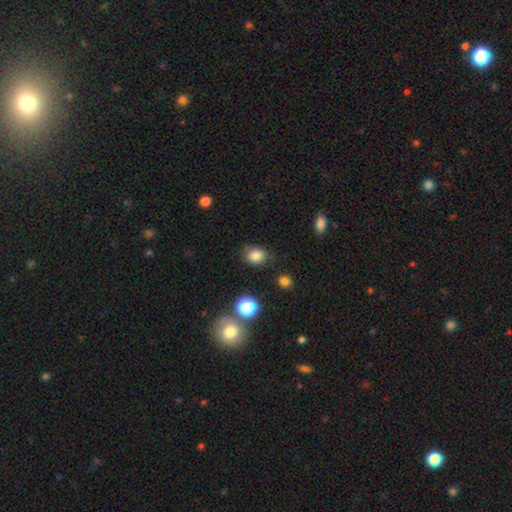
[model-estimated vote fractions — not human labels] Smooth or featured?
  - smooth: 83% *
  - star or artifact: 12%
  - featured or disk: 5%
How rounded?
  - round: 51% *
  - in between: 48%
  - cigar-shaped: 1%
Merging?
  - none: 75% *
  - minor disturbance: 18%
  - major disturbance: 5%
  - merger: 2%